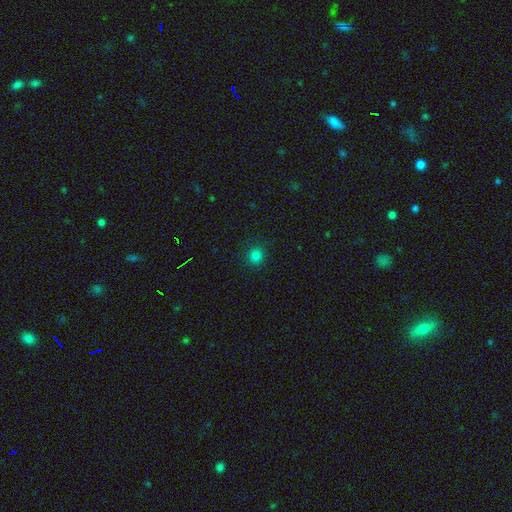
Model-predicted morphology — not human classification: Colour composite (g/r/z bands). It shows a smooth galaxy with no disk features (81%) that is round (89%). Merging: none (90%).